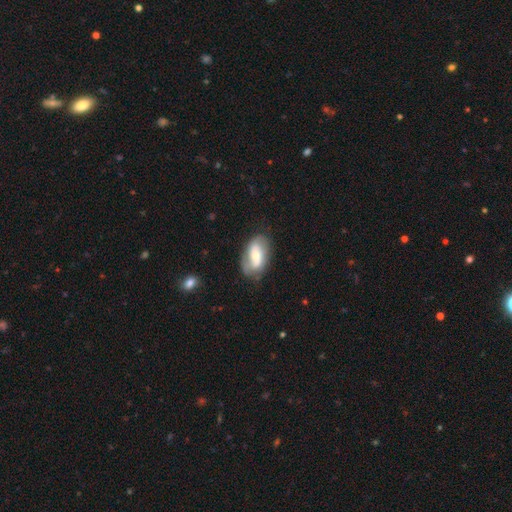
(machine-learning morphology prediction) type=featured or disk (58%); edge-on=no (94%); bar=no (43%); spiral arms=yes (76%); bulge=moderate (51%); merging=none (66%).